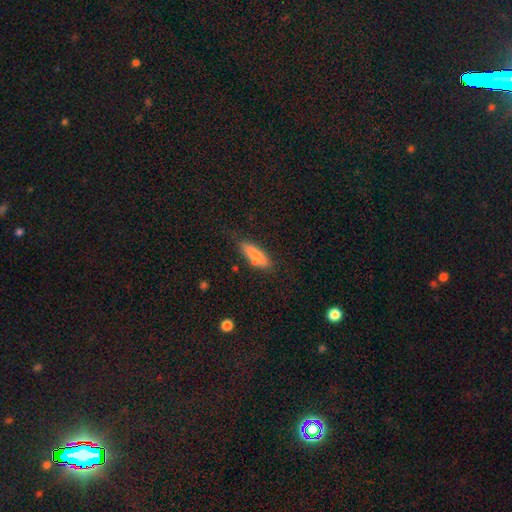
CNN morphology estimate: smooth_or_featured: smooth (p=0.76) [alt: featured or disk p=0.17]
how_rounded: cigar-shaped (p=0.51) [alt: in between p=0.46]
merging: none (p=0.74) [alt: minor disturbance p=0.17]